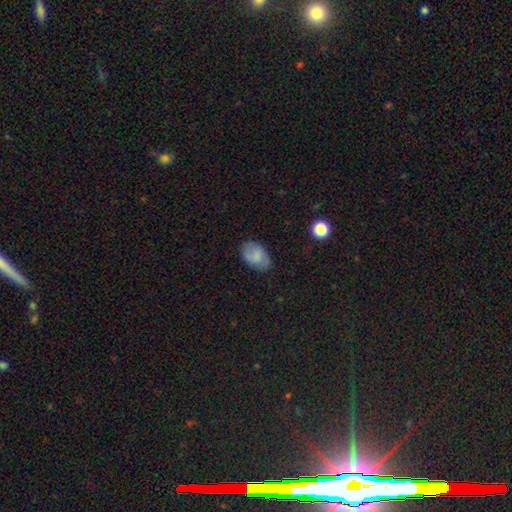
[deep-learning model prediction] Smooth or featured? Predicted: smooth (p=0.76). How rounded? Predicted: in between (p=0.88). Merging? Predicted: none (p=0.76).